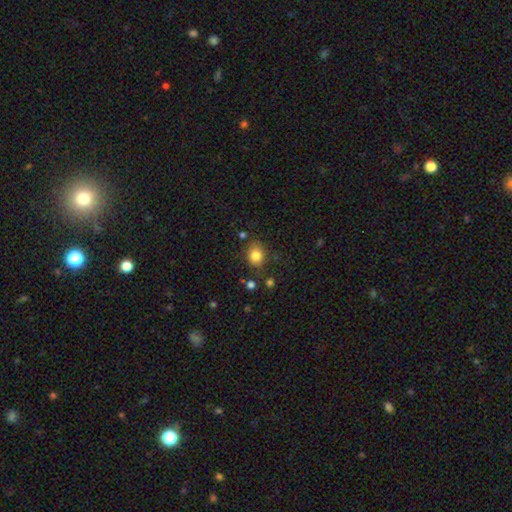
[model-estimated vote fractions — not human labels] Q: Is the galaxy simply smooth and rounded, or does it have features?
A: smooth — 82%.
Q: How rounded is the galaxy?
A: round — 63%.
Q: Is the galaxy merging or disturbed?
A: none — 78%.